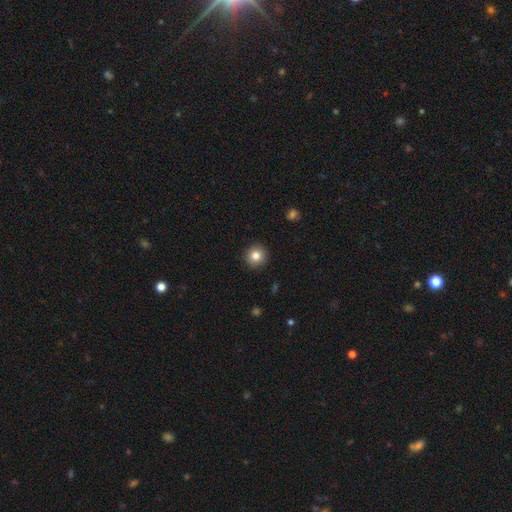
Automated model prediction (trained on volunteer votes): smooth-or-featured: smooth: 82% | star or artifact: 10% | featured or disk: 8%
  how-rounded: round: 94% | in between: 5% | cigar-shaped: 1%
  merging: none: 92% | minor disturbance: 5% | major disturbance: 2% | merger: 1%